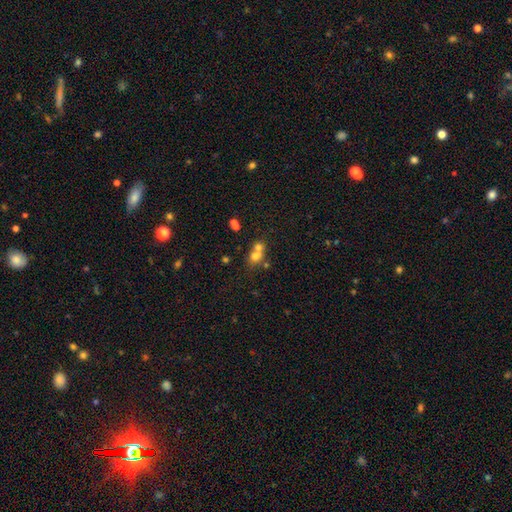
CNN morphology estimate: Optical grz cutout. It shows a smooth galaxy with no disk features (67%) that is round (66%). Merging: merger (60%).